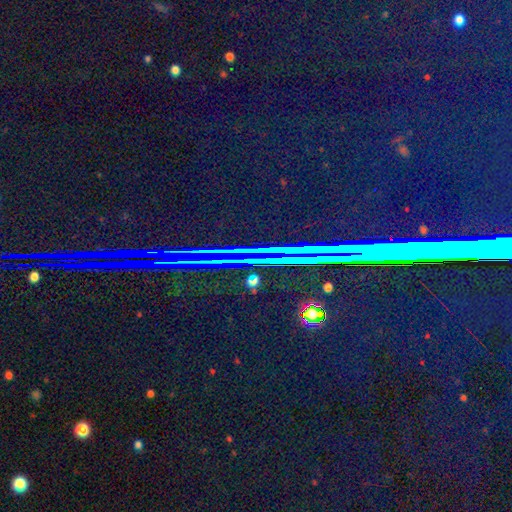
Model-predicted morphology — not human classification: This appears to be a star or artifact, not a galaxy (86%).